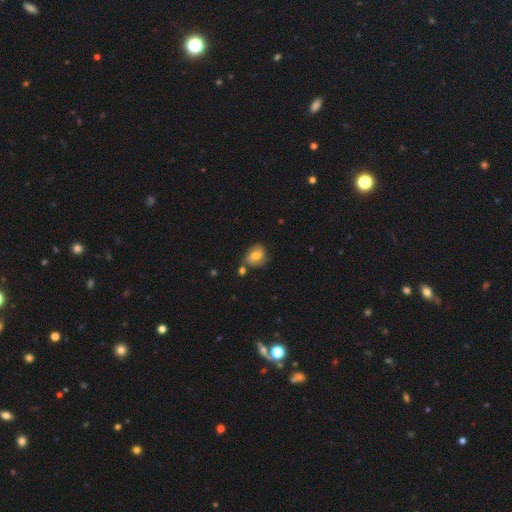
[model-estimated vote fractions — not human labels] Smooth or featured? smooth (63%)
How rounded? in between (50%)
Merging? none (59%)